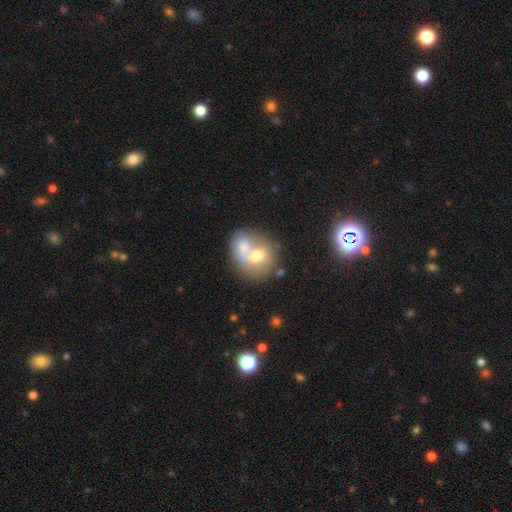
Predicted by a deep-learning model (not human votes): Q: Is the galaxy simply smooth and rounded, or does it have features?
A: smooth — 61%.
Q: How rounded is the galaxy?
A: round — 64%.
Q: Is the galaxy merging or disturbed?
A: merger — 66%.